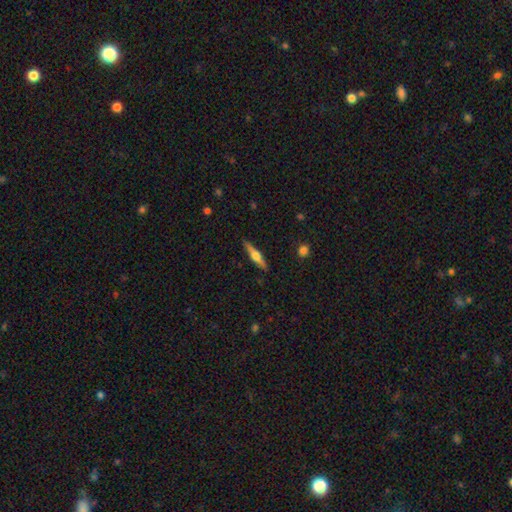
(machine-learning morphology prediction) A featured or disk galaxy (66%) viewed edge-on (97%) with a rounded central bulge (93%). Merging: none (89%).